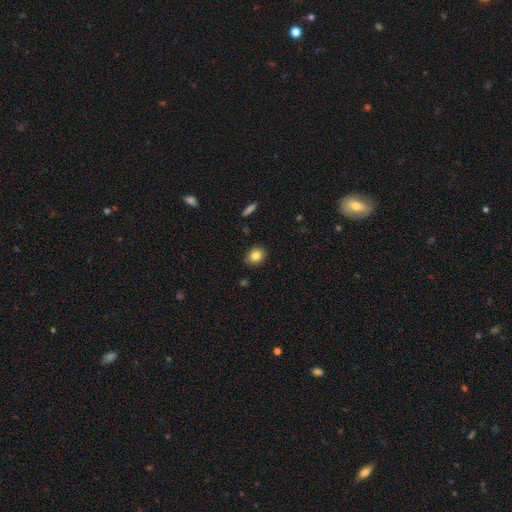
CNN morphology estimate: Smooth or featured: smooth — 83% (star or artifact — 10%)
How rounded: round — 65% (in between — 33%)
Merging: none — 86% (minor disturbance — 11%)